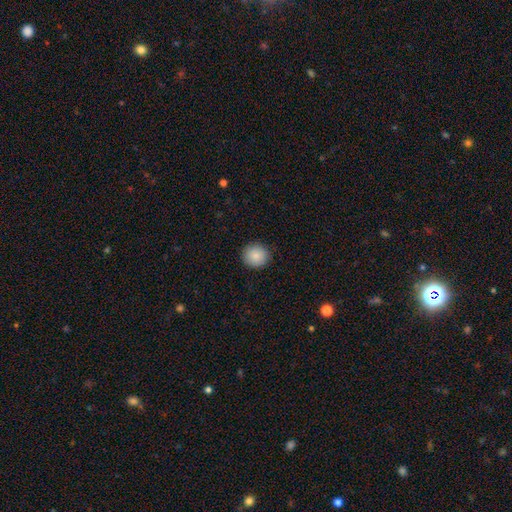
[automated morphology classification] This is clearly a smooth galaxy (88%). How rounded: clearly round (90%). Merging: clearly none (91%).